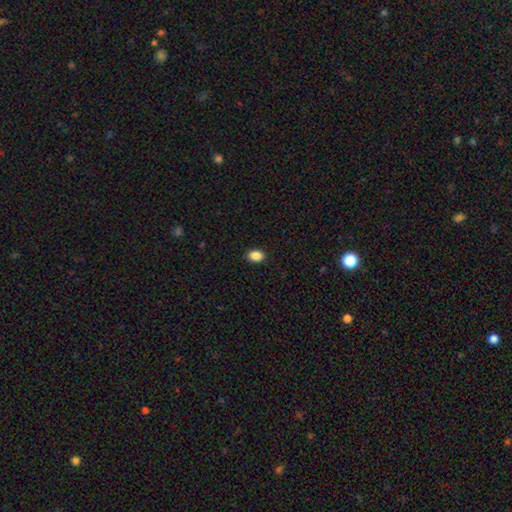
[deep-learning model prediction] Morphology: type=smooth (88%); roundness=in between (76%); merging=none (91%).